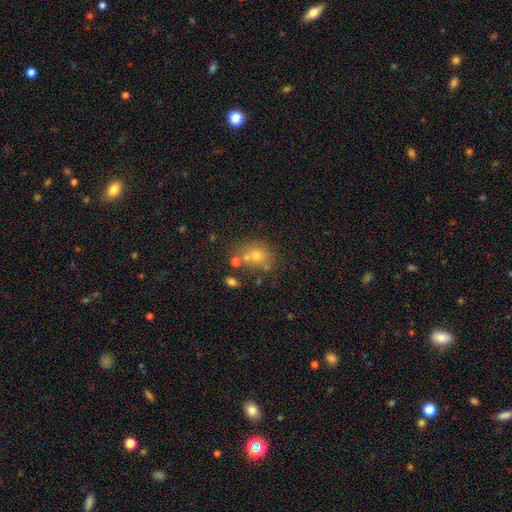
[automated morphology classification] smooth_or_featured: smooth (p=0.61) [alt: star or artifact p=0.23]
how_rounded: round (p=0.67) [alt: in between p=0.31]
merging: none (p=0.61) [alt: merger p=0.20]